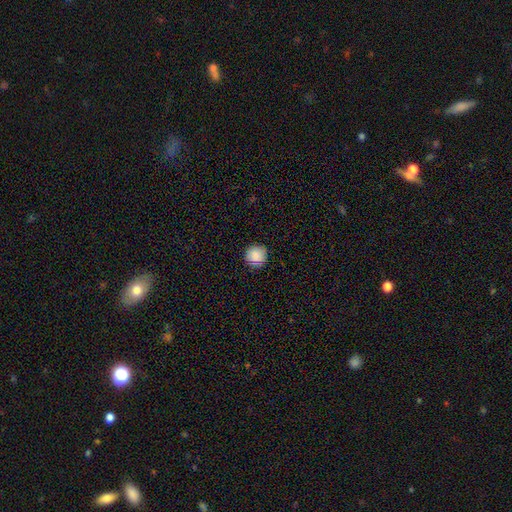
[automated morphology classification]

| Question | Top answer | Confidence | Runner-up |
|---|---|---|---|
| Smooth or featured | smooth | 87% | star or artifact (9%) |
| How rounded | round | 96% | in between (3%) |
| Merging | none | 91% | minor disturbance (7%) |